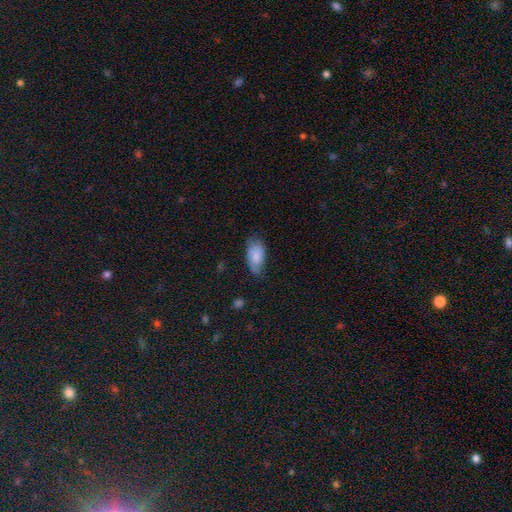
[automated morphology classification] Smooth or featured: smooth — 82% (featured or disk — 12%)
How rounded: in between — 94% (round — 3%)
Merging: none — 59% (minor disturbance — 32%)